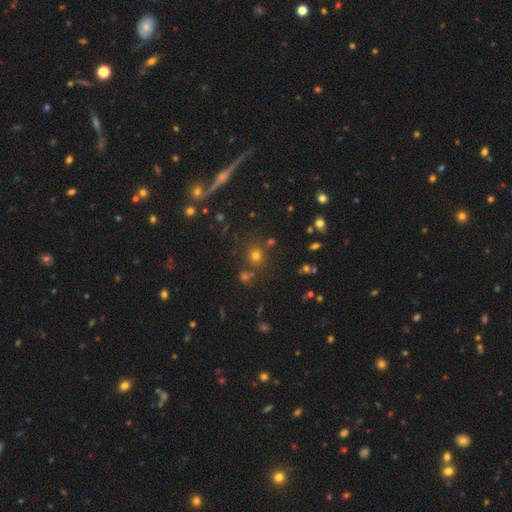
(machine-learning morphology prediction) smooth_or_featured: smooth (p=0.64) [alt: star or artifact p=0.26]
how_rounded: round (p=0.88) [alt: in between p=0.11]
merging: none (p=0.78) [alt: merger p=0.10]